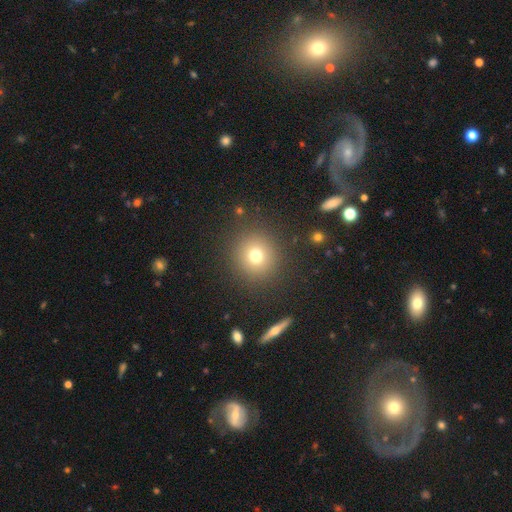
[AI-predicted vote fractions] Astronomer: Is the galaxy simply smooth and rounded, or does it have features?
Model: smooth — 73%.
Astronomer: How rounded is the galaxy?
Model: round — 93%.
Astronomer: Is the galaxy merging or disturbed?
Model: none — 88%.